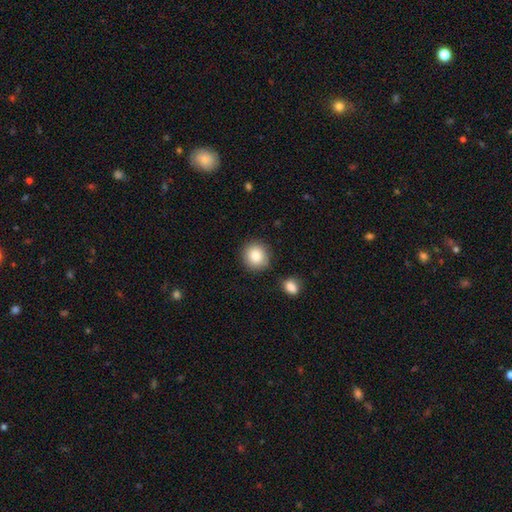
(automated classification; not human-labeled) Smooth or featured? smooth (86%)
How rounded? round (91%)
Merging? none (84%)